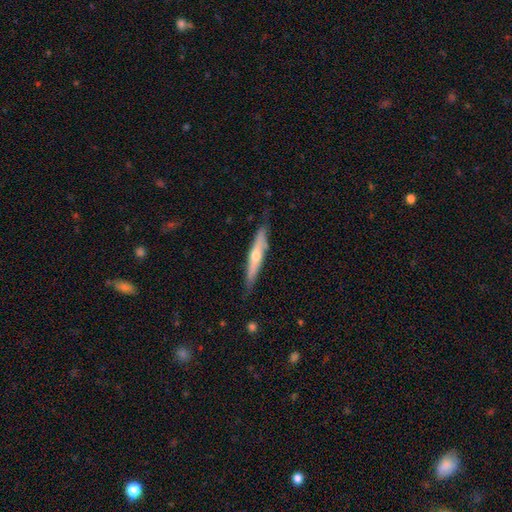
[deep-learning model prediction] This appears to be a featured or disk galaxy (55%) viewed edge-on (91%) with a rounded central bulge (80%). Merging: none (79%).